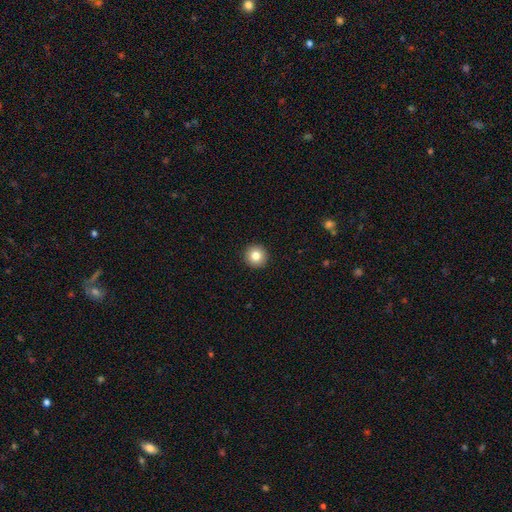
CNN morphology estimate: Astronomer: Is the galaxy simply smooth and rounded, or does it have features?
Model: smooth — 82%.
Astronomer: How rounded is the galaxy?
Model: round — 96%.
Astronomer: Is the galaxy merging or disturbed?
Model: none — 94%.